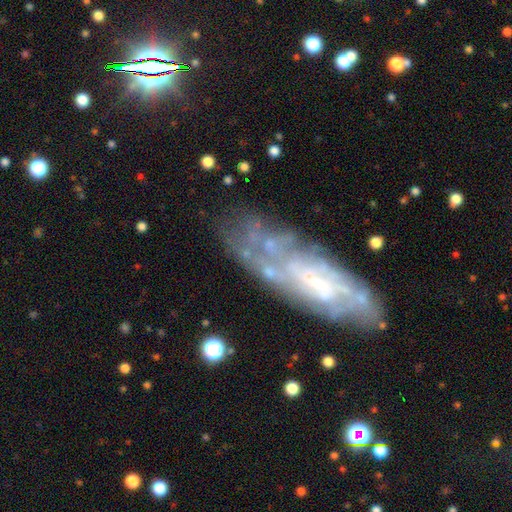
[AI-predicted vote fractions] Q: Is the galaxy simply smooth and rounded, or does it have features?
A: featured or disk — 72%.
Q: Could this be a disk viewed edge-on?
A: no — 76%.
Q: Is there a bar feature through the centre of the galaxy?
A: no — 49%.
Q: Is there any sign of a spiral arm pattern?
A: yes — 78%.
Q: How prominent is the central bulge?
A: small — 46%.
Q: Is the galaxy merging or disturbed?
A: none — 70%.